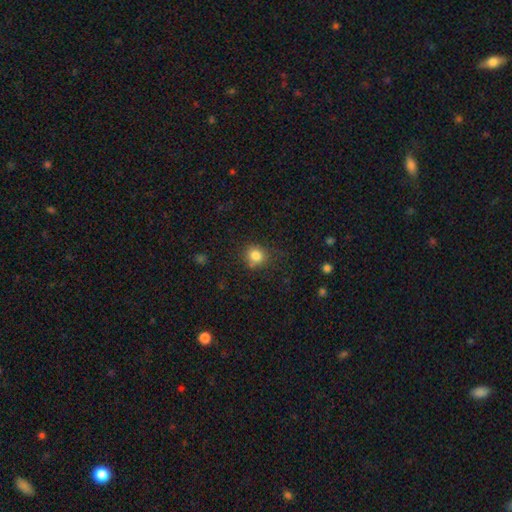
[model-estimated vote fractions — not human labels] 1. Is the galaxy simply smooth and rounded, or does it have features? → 83% smooth, 12% star or artifact, 6% featured or disk.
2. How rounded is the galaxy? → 84% round, 15% in between, 1% cigar-shaped.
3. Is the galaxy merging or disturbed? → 77% none, 14% minor disturbance, 4% merger, 4% major disturbance.